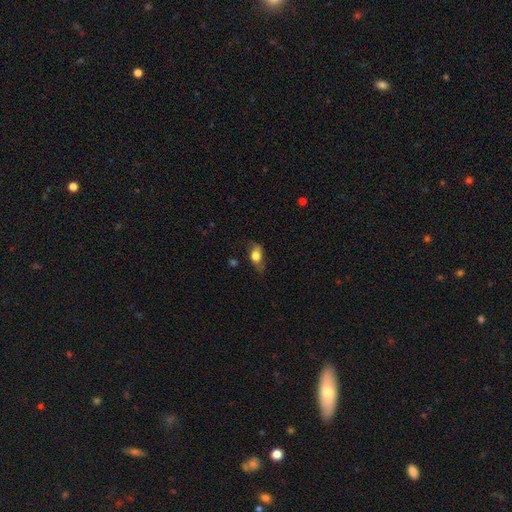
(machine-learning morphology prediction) Smooth or featured?
  - smooth: 68% *
  - featured or disk: 23%
  - star or artifact: 8%
How rounded?
  - in between: 76% *
  - round: 14%
  - cigar-shaped: 9%
Merging?
  - none: 54% *
  - minor disturbance: 31%
  - major disturbance: 13%
  - merger: 2%